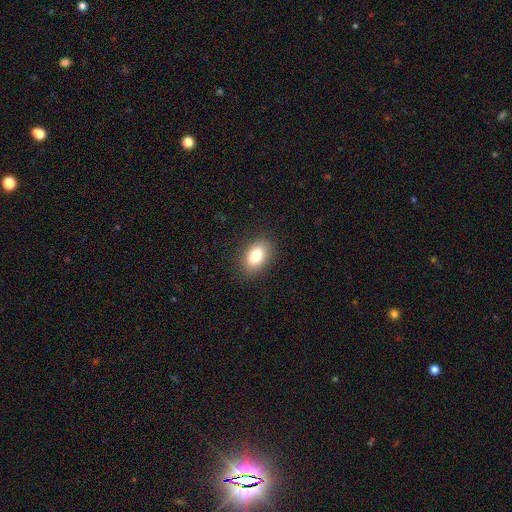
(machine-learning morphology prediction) type=smooth (81%); roundness=in between (86%); merging=none (87%).